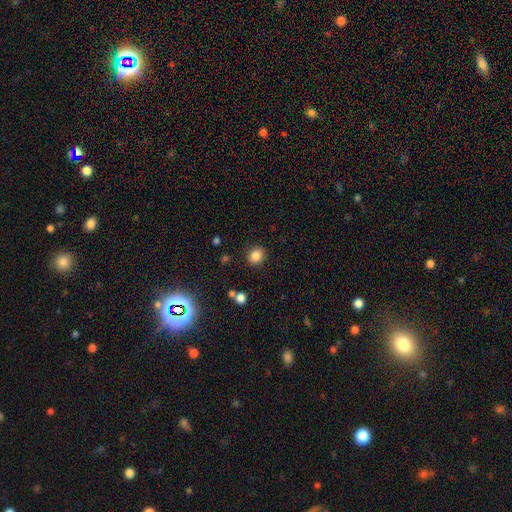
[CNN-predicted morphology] Smooth or featured? smooth (84%)
How rounded? round (72%)
Merging? none (87%)